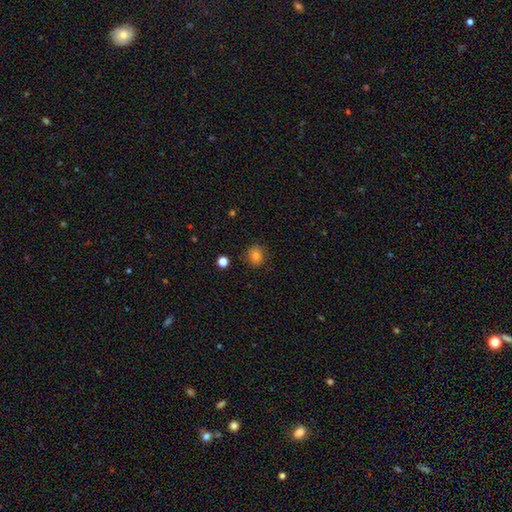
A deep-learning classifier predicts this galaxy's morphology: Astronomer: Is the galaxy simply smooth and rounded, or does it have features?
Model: smooth — 79%.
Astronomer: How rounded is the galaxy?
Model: round — 79%.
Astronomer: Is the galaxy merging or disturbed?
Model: none — 82%.